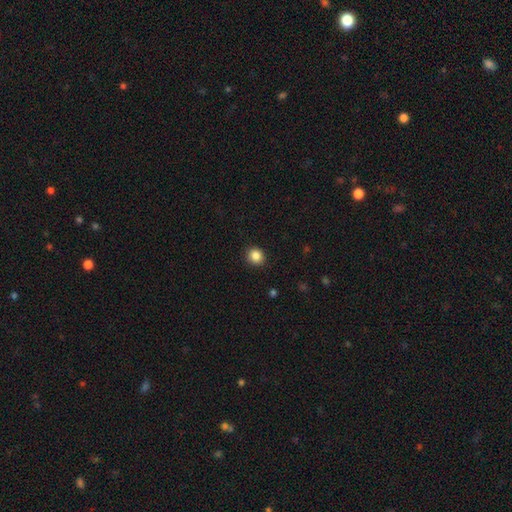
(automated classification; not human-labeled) Morphology: type=smooth (86%); roundness=round (84%); merging=none (91%).